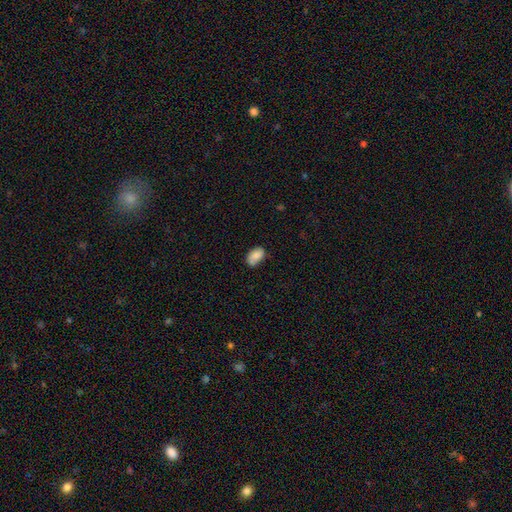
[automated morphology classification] Smooth or featured? smooth (82%)
How rounded? in between (90%)
Merging? none (63%)